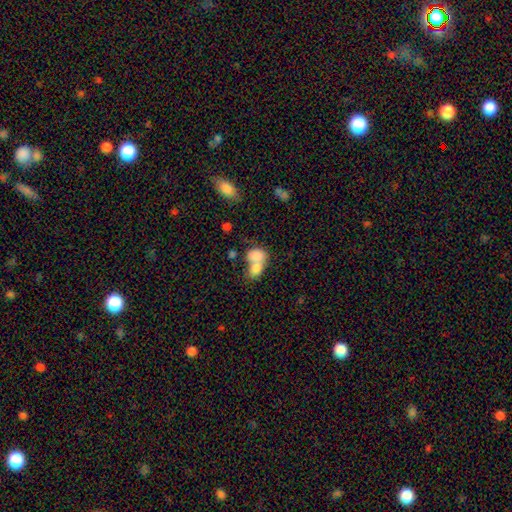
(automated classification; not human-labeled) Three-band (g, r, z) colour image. It shows a smooth galaxy with no disk features (79%) that is in between round and cigar-shaped (72%). Merging: merger (72%).